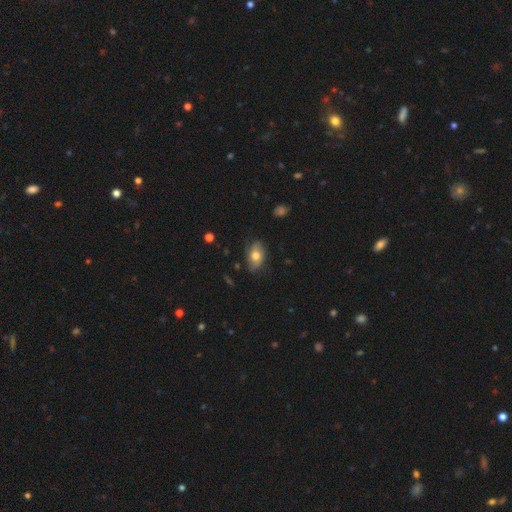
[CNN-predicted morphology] A smooth galaxy with no disk features (58%) that is in between round and cigar-shaped (87%).

Vote fractions:
- Smooth or featured? smooth: 58% / featured or disk: 33% / star or artifact: 8%
- How rounded? in between: 87% / round: 11% / cigar-shaped: 2%
- Merging? none: 72% / minor disturbance: 22% / major disturbance: 5% / merger: 1%